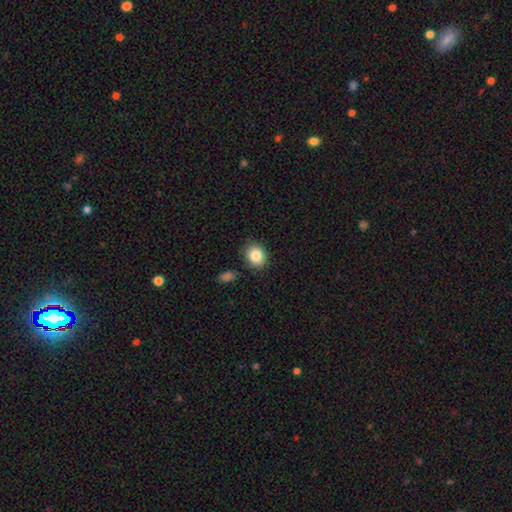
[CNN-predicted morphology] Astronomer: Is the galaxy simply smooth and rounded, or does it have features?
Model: smooth — 85%.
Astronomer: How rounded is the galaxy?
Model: round — 61% (runner-up: in between, 38%).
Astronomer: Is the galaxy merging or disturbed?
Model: none — 86%.